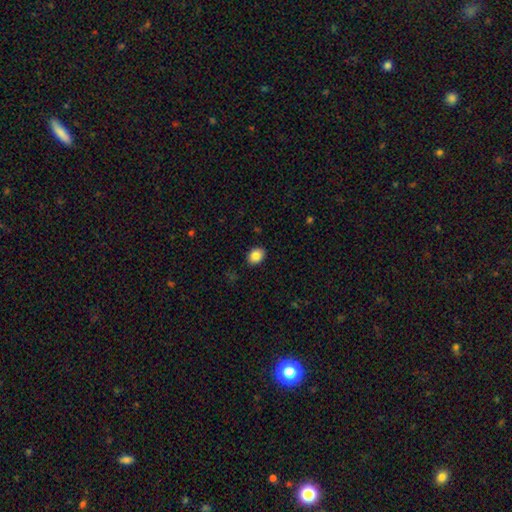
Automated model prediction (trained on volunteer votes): Overall: smooth (86%). How rounded: in between (59%; round 40%). Merging: none (90%).